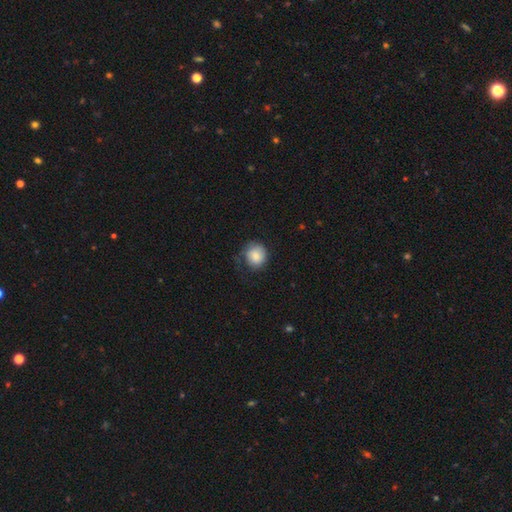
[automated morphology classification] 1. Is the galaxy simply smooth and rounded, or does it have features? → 84% smooth, 9% featured or disk, 7% star or artifact.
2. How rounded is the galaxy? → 82% round, 17% in between, 1% cigar-shaped.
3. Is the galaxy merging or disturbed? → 58% none, 27% minor disturbance, 13% major disturbance, 1% merger.